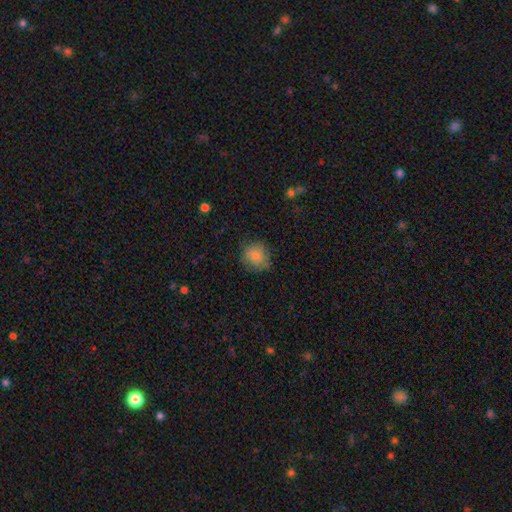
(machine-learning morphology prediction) smooth-or-featured: smooth: 82% | featured or disk: 10% | star or artifact: 9%
  how-rounded: round: 84% | in between: 15% | cigar-shaped: 1%
  merging: none: 73% | minor disturbance: 20% | major disturbance: 5% | merger: 1%